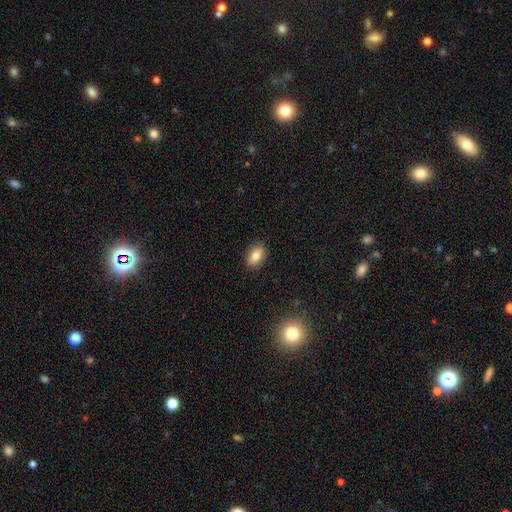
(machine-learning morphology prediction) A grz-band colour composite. It shows a smooth galaxy with no disk features (79%) that is in between round and cigar-shaped (86%). Merging: none (88%).